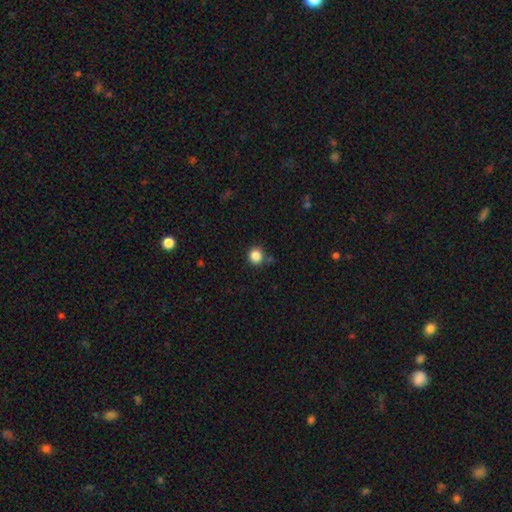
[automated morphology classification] smooth 85%, star or artifact 11%, featured or disk 4%. Down the decision tree: how rounded — round (92%); merging — none (82%).